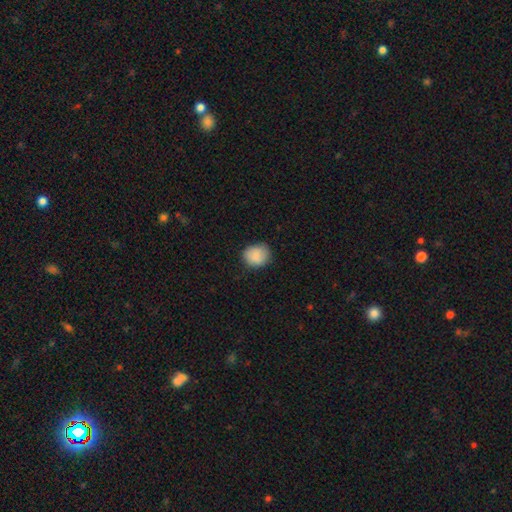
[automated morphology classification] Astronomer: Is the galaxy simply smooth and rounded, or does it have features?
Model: smooth — 86%.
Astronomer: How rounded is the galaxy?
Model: round — 74%.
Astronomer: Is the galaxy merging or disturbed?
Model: none — 80%.